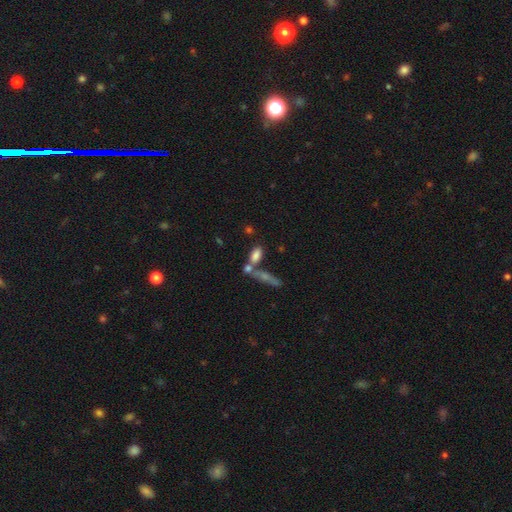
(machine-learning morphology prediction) smooth-or-featured: smooth: 77% | featured or disk: 14% | star or artifact: 9%
  how-rounded: in between: 76% | cigar-shaped: 18% | round: 6%
  merging: none: 49% | merger: 35% | minor disturbance: 11% | major disturbance: 5%